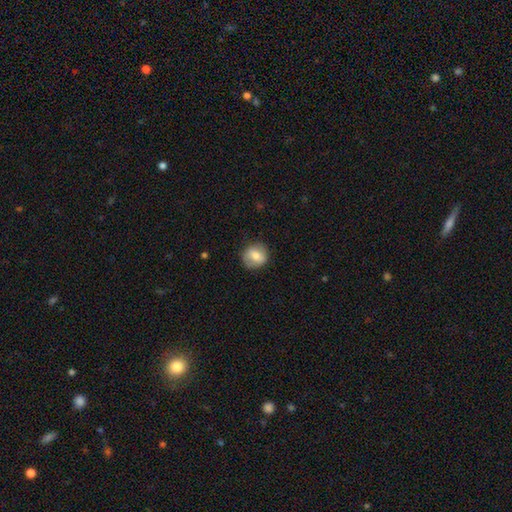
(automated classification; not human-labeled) Smooth or featured: smooth — 71% (featured or disk — 21%)
How rounded: round — 81% (in between — 18%)
Merging: none — 83% (minor disturbance — 12%)